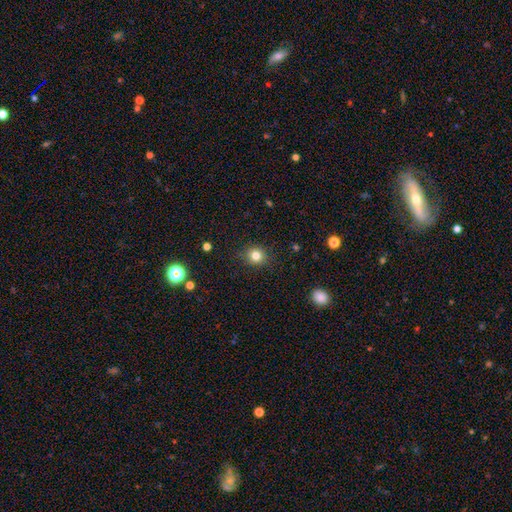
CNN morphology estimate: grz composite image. It shows a smooth galaxy with no disk features (81%) that is round (84%). Merging: none (88%).